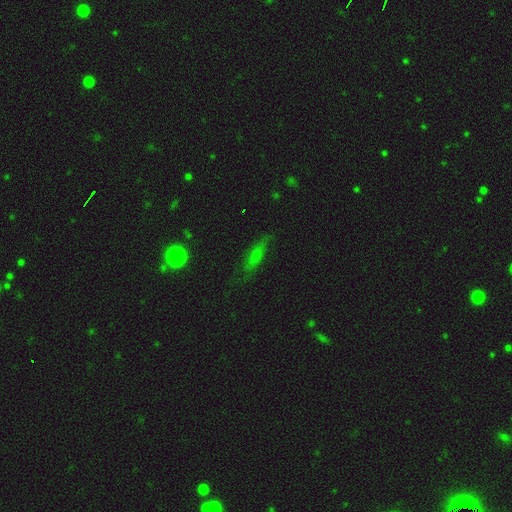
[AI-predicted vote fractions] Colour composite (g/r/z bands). It shows a smooth galaxy with no disk features (48%). Merging: none (77%).